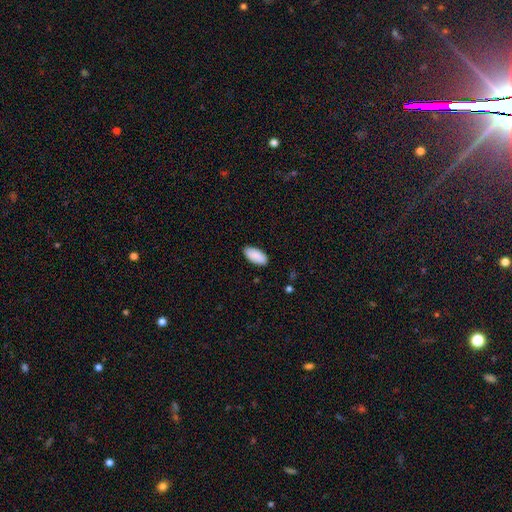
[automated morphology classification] Smooth or featured?
  - smooth: 91% *
  - star or artifact: 6%
  - featured or disk: 3%
How rounded?
  - in between: 93% *
  - cigar-shaped: 5%
  - round: 2%
Merging?
  - none: 88% *
  - minor disturbance: 9%
  - major disturbance: 2%
  - merger: 1%